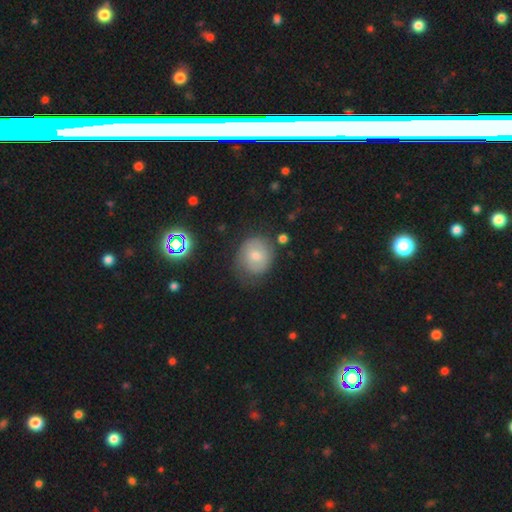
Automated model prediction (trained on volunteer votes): Morphology: type=smooth (54%); roundness=round (69%); merging=none (62%).